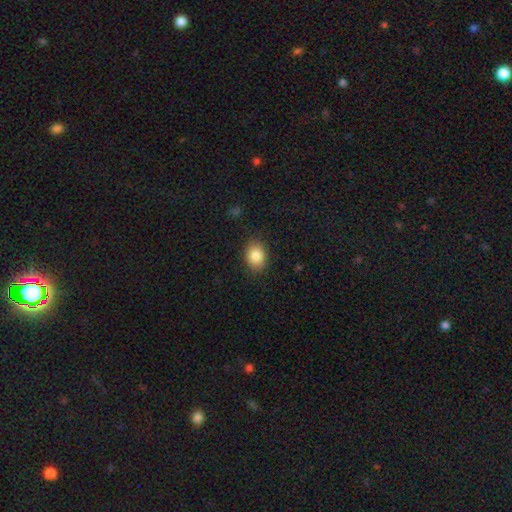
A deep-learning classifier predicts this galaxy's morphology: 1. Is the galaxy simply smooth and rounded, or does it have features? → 86% smooth, 8% star or artifact, 6% featured or disk.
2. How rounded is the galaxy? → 70% in between, 29% round, 1% cigar-shaped.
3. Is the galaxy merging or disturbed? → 85% none, 11% minor disturbance, 3% major disturbance, 1% merger.